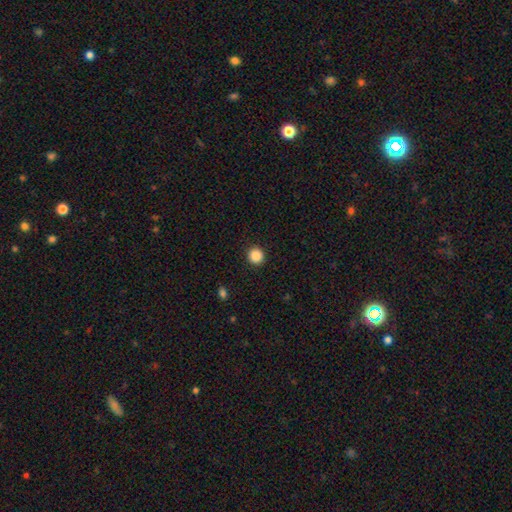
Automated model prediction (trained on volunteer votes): Smooth or featured: smooth — 88% (star or artifact — 10%)
How rounded: round — 94% (in between — 5%)
Merging: none — 93% (minor disturbance — 5%)